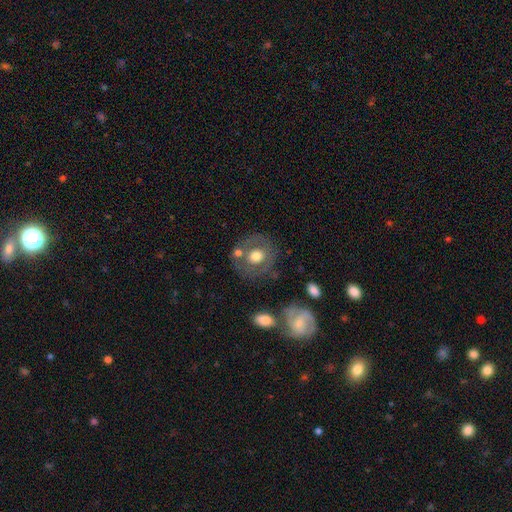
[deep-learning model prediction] A smooth galaxy with no disk features (54%) that is round (81%). Merging: none (69%).